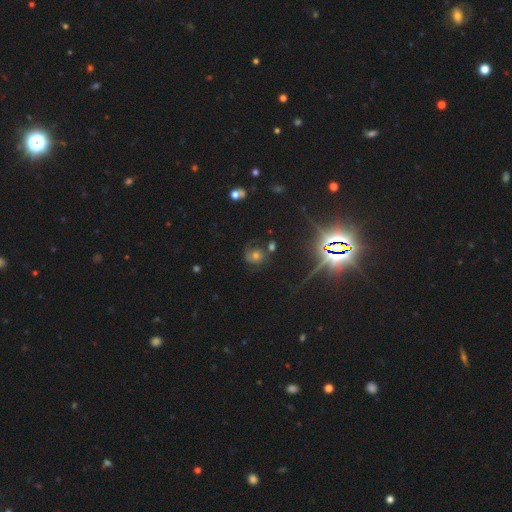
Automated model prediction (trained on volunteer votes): Morphology: type=featured or disk (38%); merging=none (63%).